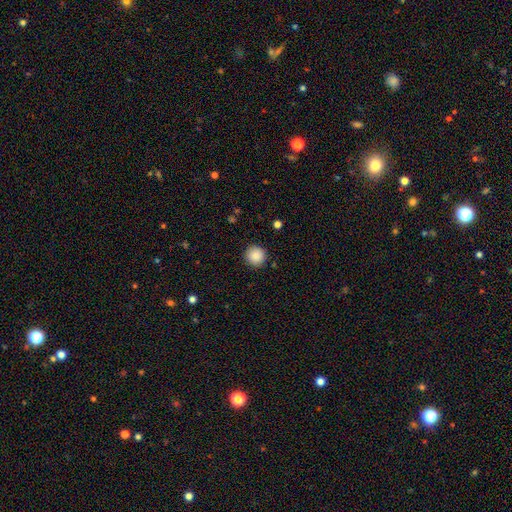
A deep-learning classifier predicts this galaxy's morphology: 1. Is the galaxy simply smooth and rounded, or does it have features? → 87% smooth, 9% star or artifact, 4% featured or disk.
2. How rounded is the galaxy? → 94% round, 5% in between, 1% cigar-shaped.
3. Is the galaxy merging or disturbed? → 91% none, 6% minor disturbance, 2% major disturbance, 1% merger.